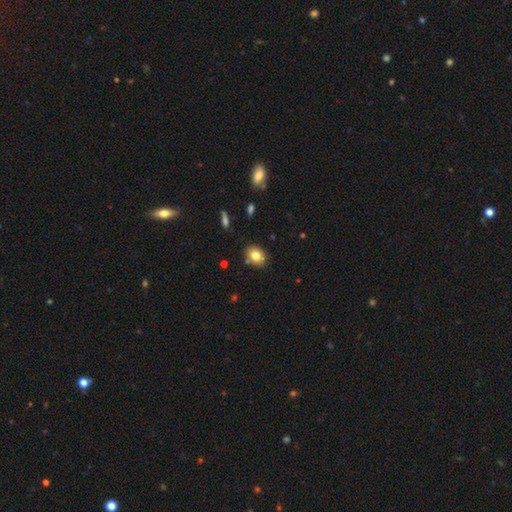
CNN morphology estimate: Smooth or featured? smooth (79%)
How rounded? in between (63%)
Merging? none (84%)